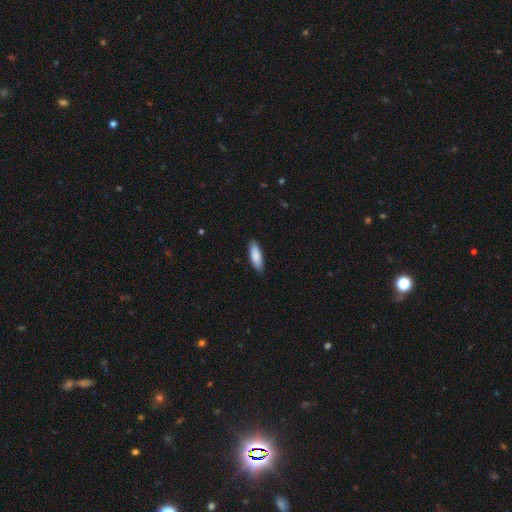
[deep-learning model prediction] smooth_or_featured: smooth (p=0.85) [alt: featured or disk p=0.10]
how_rounded: in between (p=0.58) [alt: cigar-shaped p=0.41]
merging: none (p=0.87) [alt: minor disturbance p=0.10]